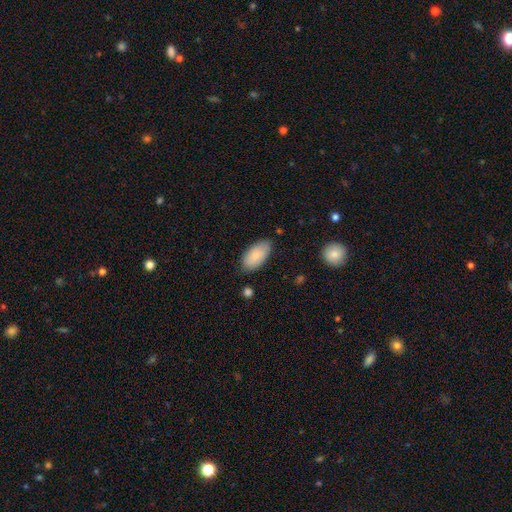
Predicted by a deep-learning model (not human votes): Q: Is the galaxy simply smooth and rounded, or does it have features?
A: smooth — 83%.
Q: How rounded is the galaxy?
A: in between — 95%.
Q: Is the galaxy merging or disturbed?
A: none — 77%.